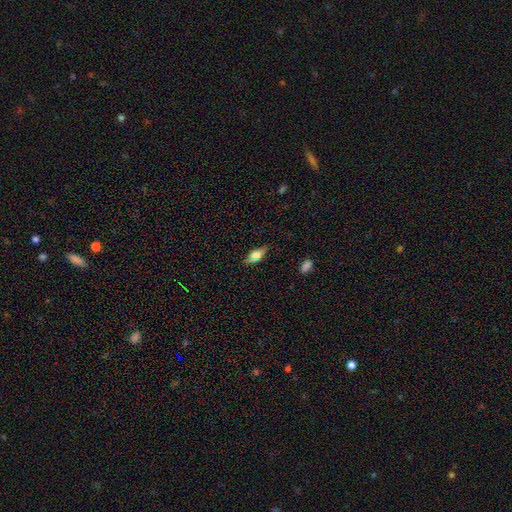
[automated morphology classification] smooth_or_featured: smooth (p=0.55) [alt: featured or disk p=0.34]
how_rounded: in between (p=0.72) [alt: cigar-shaped p=0.23]
merging: none (p=0.80) [alt: minor disturbance p=0.15]